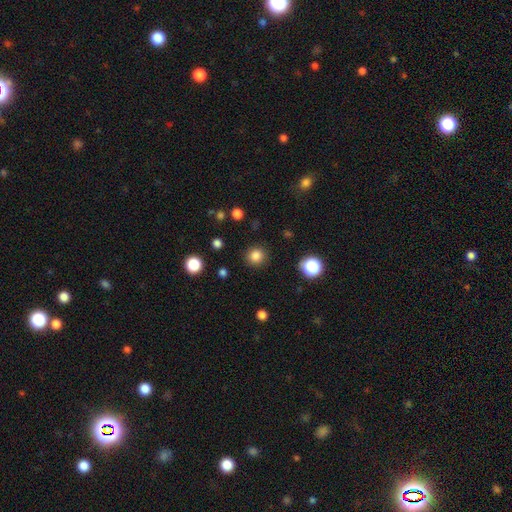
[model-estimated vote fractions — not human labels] smooth 84%, star or artifact 12%, featured or disk 4%. Down the decision tree: how rounded — round (93%); merging — none (90%).